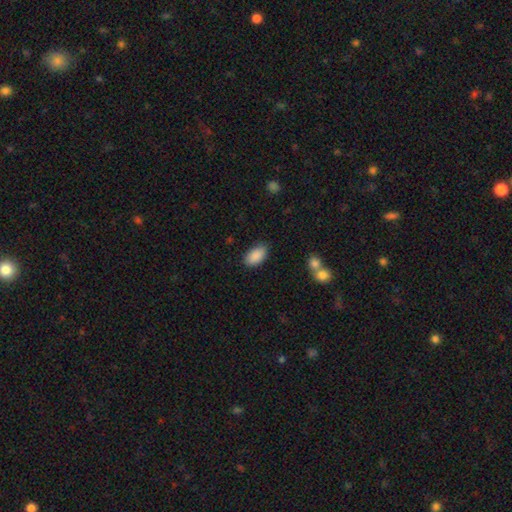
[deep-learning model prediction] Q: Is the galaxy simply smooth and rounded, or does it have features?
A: smooth — 89%.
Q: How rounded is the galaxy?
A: in between — 94%.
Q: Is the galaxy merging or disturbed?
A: none — 81%.